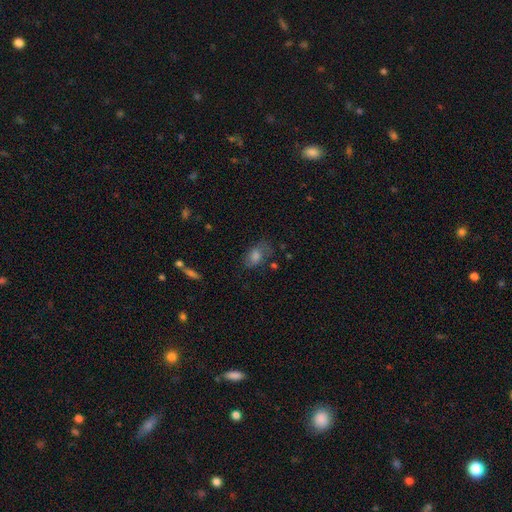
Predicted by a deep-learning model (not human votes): This is possibly a smooth galaxy (55%). How rounded: clearly in between (80%). Merging: likely none (61%).